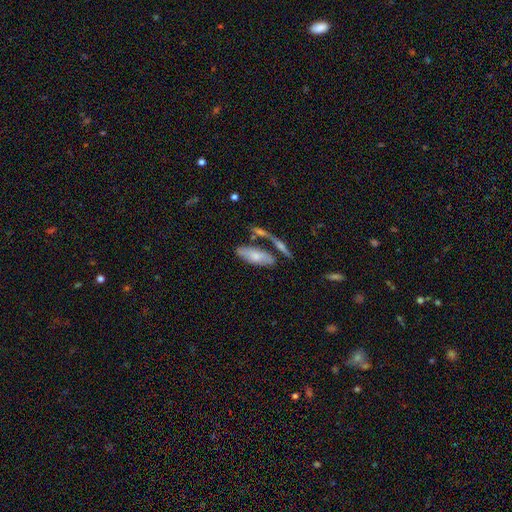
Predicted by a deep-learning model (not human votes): This is likely a smooth galaxy (64%). How rounded: likely in between (78%). Merging: possibly none (46%).